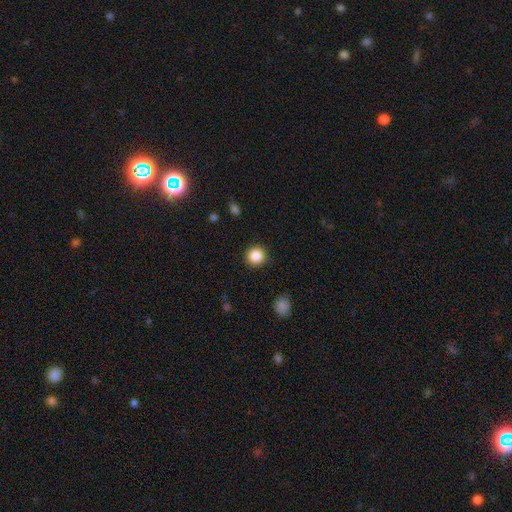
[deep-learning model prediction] Morphology: type=smooth (86%); roundness=round (95%); merging=none (91%).